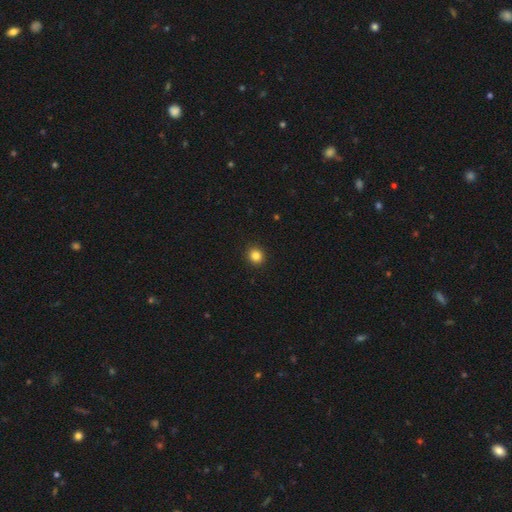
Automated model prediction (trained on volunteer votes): The model was most divided on "smooth or featured": smooth: 84%, star or artifact: 12%, featured or disk: 4%. More confident: merging — none (93%); how rounded — round (88%).